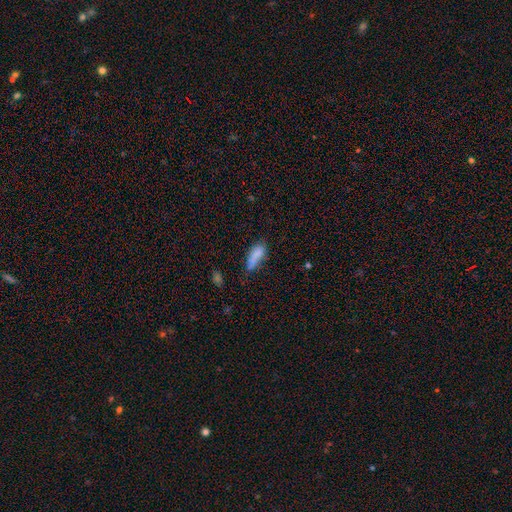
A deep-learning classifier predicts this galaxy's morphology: Q: Smooth or featured?
A: smooth (78%); runner-up: featured or disk (12%)
Q: How rounded?
A: in between (65%); runner-up: cigar-shaped (33%)
Q: Merging?
A: none (42%); runner-up: minor disturbance (33%)